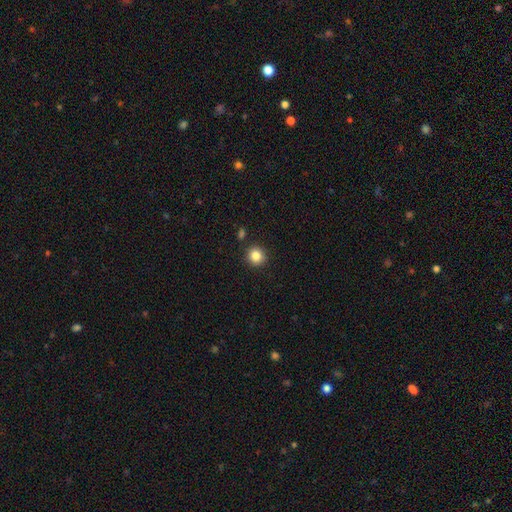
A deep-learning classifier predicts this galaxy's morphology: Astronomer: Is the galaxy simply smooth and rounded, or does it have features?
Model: smooth — 84%.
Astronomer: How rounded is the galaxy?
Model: round — 91%.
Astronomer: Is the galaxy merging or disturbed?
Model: none — 88%.